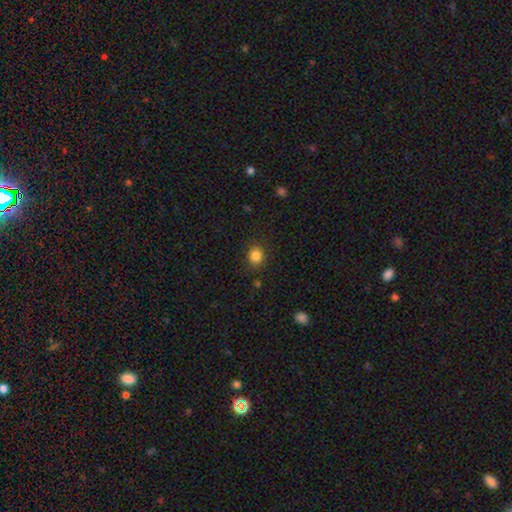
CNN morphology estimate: type=smooth (85%); roundness=round (72%); merging=none (87%).